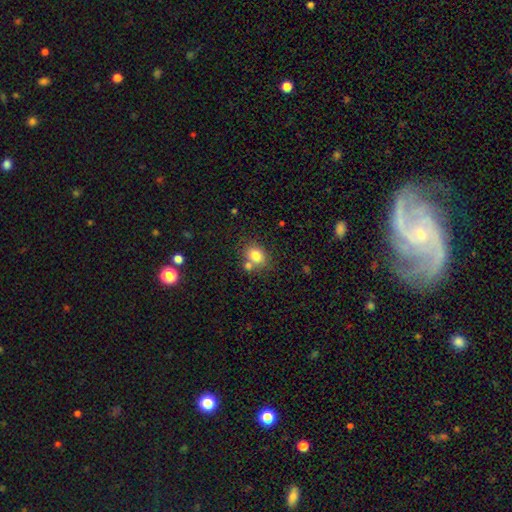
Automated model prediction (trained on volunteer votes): Overall: smooth (79%). How rounded: in between (53%; round 46%). Merging: none (60%; merger 24%).